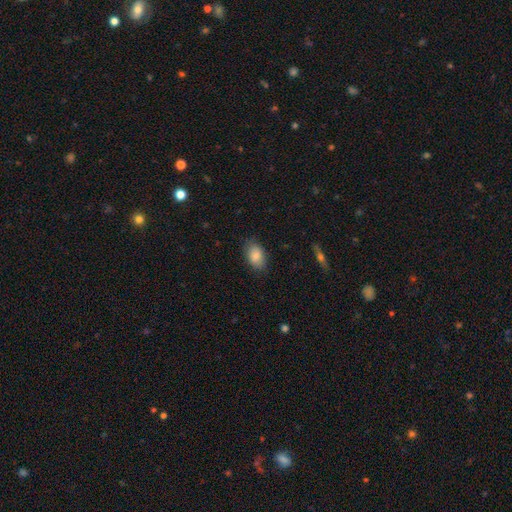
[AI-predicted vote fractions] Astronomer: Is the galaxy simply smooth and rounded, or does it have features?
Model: smooth — 86%.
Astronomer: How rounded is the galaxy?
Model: in between — 90%.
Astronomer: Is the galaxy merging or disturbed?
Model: none — 81%.